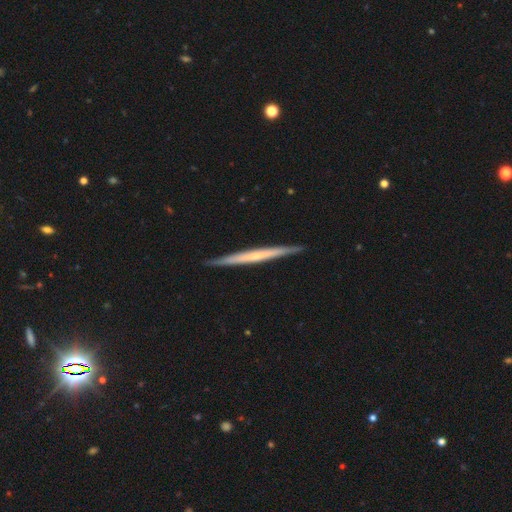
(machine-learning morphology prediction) type=featured or disk (61%); edge-on=yes (97%); edge-on bulge=none (74%); merging=none (91%).